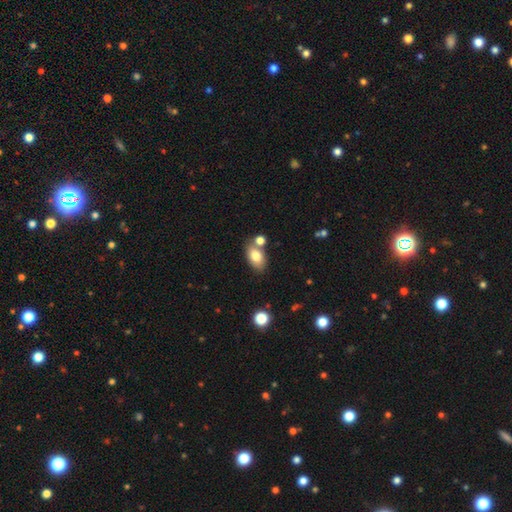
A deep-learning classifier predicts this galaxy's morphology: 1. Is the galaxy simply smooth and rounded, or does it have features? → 79% smooth, 12% featured or disk, 8% star or artifact.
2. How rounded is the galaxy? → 88% in between, 10% round, 2% cigar-shaped.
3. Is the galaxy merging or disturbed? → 62% none, 22% merger, 13% minor disturbance, 3% major disturbance.